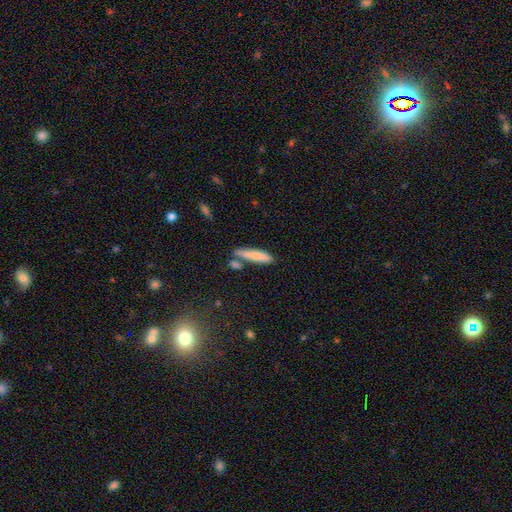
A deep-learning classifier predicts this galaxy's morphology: smooth-or-featured: smooth: 77% | featured or disk: 16% | star or artifact: 7%
  how-rounded: cigar-shaped: 78% | in between: 20% | round: 2%
  merging: none: 63% | merger: 17% | minor disturbance: 16% | major disturbance: 4%